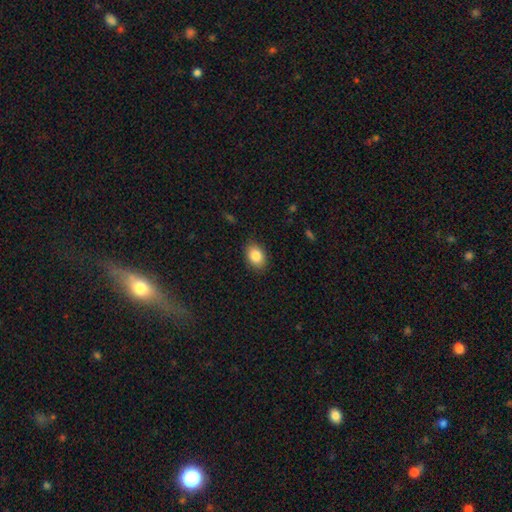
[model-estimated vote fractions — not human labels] A smooth galaxy with no disk features (86%) that is in between round and cigar-shaped (79%). Merging: none (87%).